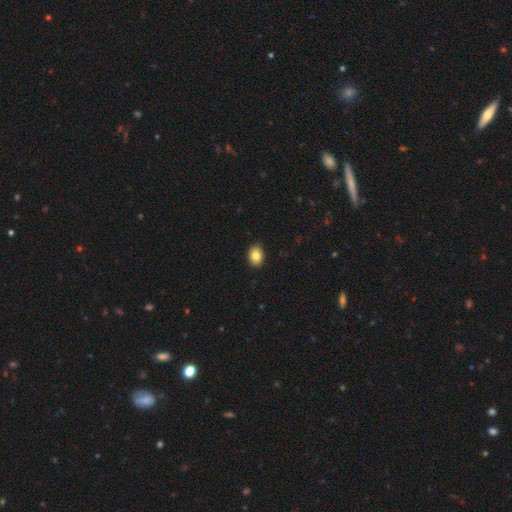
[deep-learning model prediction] Smooth or featured: smooth — 83% (star or artifact — 8%)
How rounded: in between — 74% (round — 25%)
Merging: none — 90% (minor disturbance — 7%)